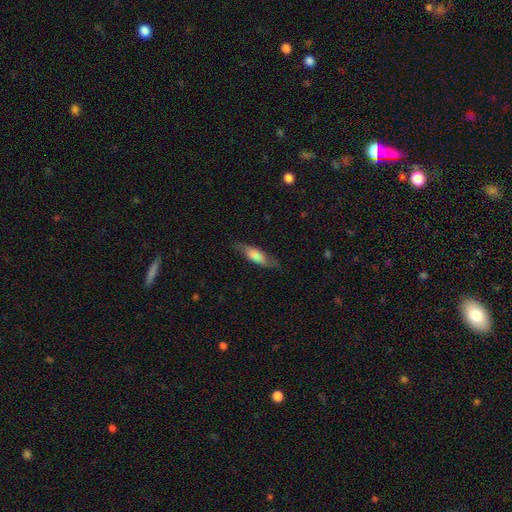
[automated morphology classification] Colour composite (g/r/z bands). It shows a smooth galaxy with no disk features (65%) that is in between round and cigar-shaped (52%). Merging: none (73%).